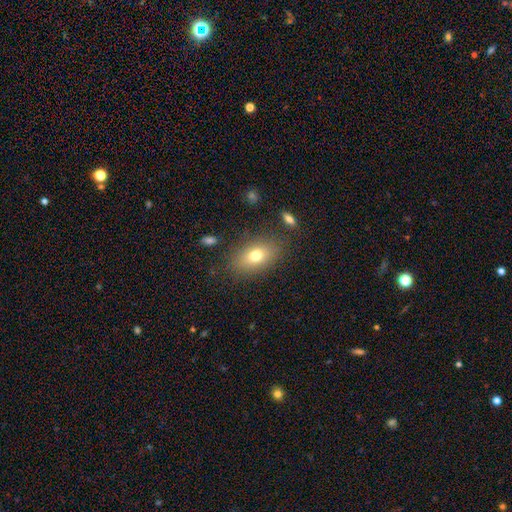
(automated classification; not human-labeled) Q: Smooth or featured?
A: smooth (74%); runner-up: featured or disk (16%)
Q: How rounded?
A: in between (84%); runner-up: round (12%)
Q: Merging?
A: none (82%); runner-up: minor disturbance (11%)